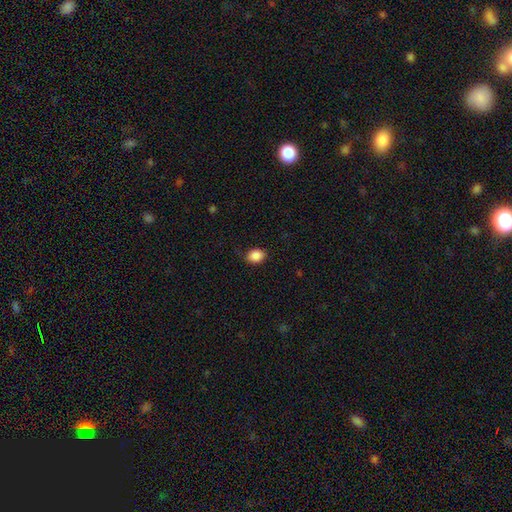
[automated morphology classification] type=smooth (88%); roundness=in between (57%); merging=none (80%).